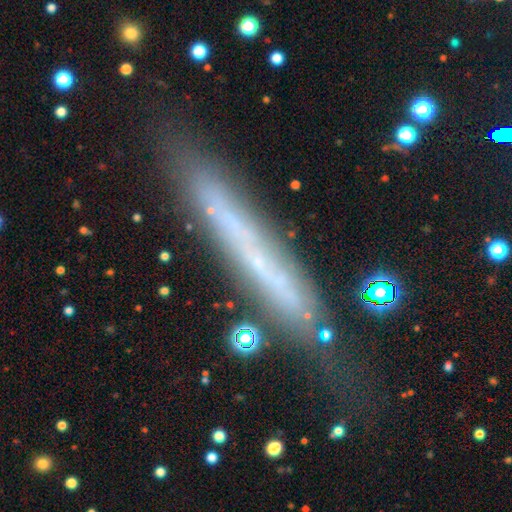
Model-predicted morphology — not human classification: Smooth or featured? featured or disk (52%)
Edge-on disk? yes (85%)
Merging? none (78%)